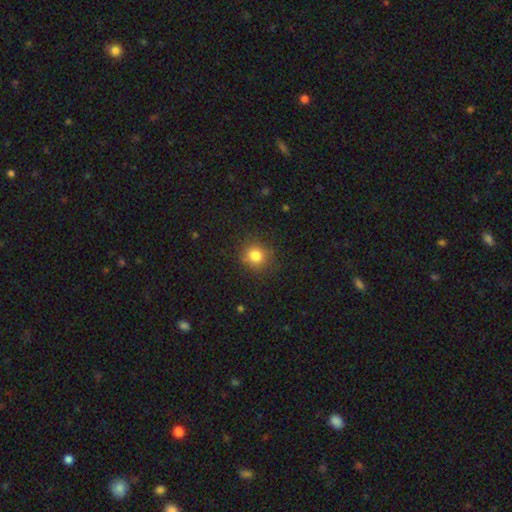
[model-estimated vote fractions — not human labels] Smooth or featured: smooth — 81% (star or artifact — 13%)
How rounded: round — 83% (in between — 16%)
Merging: none — 85% (minor disturbance — 11%)